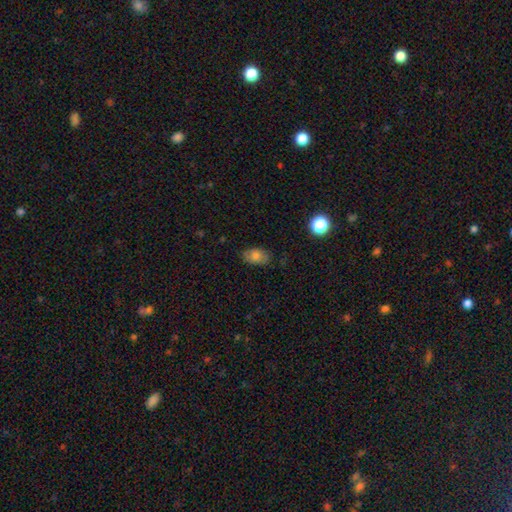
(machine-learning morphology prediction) This appears to be a smooth galaxy with no disk features (77%) that is in between round and cigar-shaped (90%). Merging: none (80%).